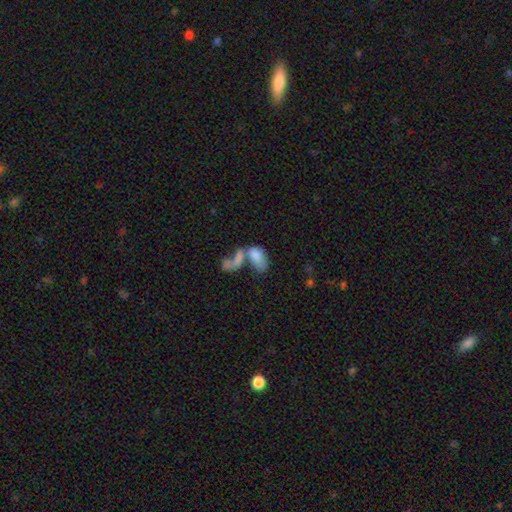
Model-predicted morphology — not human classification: This is likely a smooth galaxy (72%). How rounded: clearly in between (89%). Merging: likely merger (65%).